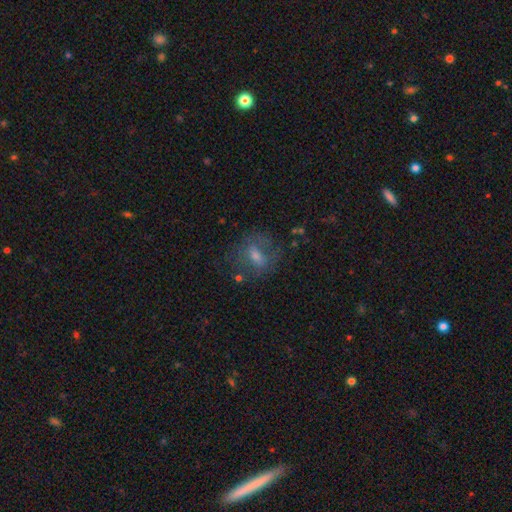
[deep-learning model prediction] Morphology: type=smooth (44%); merging=none (64%).